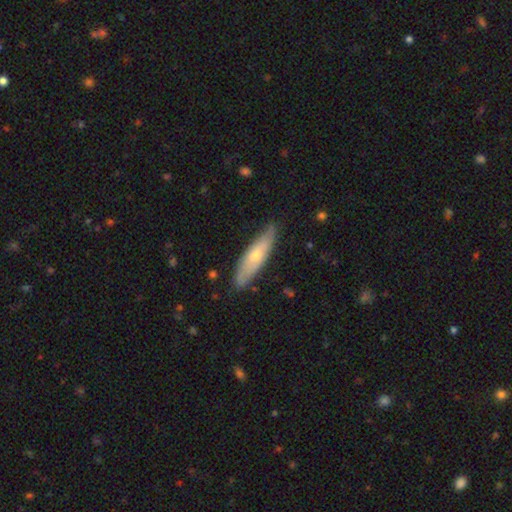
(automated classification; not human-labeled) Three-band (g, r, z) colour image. It shows a smooth galaxy with no disk features (55%) that is cigar-shaped (70%). Merging: none (81%).